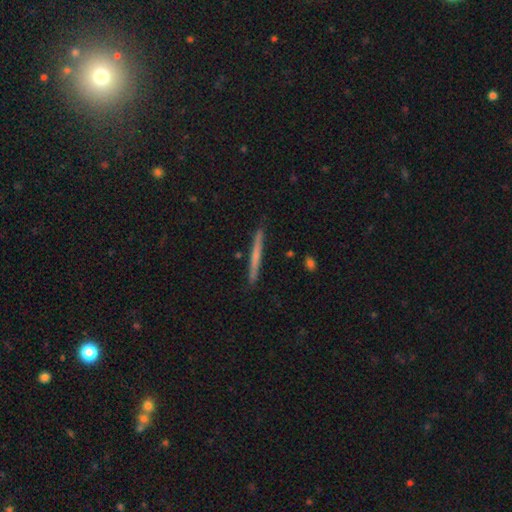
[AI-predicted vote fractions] Smooth or featured?
  - smooth: 54% *
  - featured or disk: 40%
  - star or artifact: 6%
How rounded?
  - cigar-shaped: 97% *
  - in between: 2%
  - round: 1%
Merging?
  - none: 91% *
  - minor disturbance: 7%
  - merger: 1%
  - major disturbance: 1%